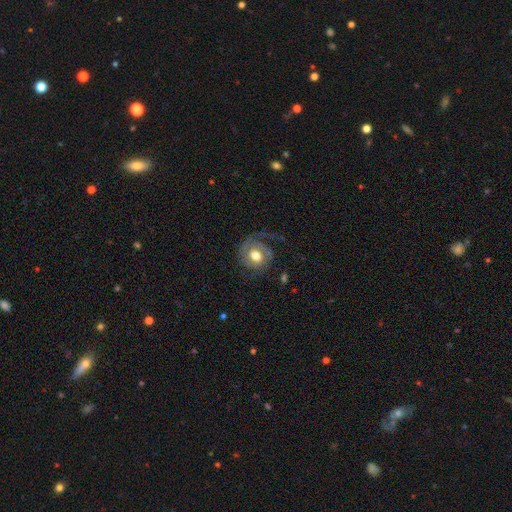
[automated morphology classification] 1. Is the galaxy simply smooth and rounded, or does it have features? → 64% featured or disk, 30% smooth, 7% star or artifact.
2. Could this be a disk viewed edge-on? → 97% no, 3% yes.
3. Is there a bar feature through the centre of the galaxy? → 65% no, 28% weak, 7% strong.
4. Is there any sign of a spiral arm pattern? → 86% yes, 14% no.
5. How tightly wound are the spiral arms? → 38% tight, 37% medium, 24% loose.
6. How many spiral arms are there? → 43% 2, 41% 1, 10% can't tell, 3% 3, 1% 4, 1% more than 4.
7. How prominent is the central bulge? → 65% moderate, 25% large, 6% small, 2% dominant, 1% none.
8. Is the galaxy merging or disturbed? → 55% none, 24% major disturbance, 19% minor disturbance, 2% merger.